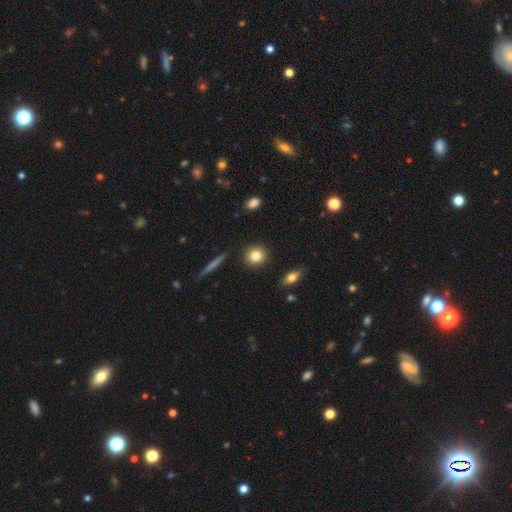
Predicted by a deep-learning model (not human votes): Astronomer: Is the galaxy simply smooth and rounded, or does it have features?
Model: smooth — 83%.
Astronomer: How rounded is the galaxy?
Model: round — 84%.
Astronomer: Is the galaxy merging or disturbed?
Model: none — 90%.